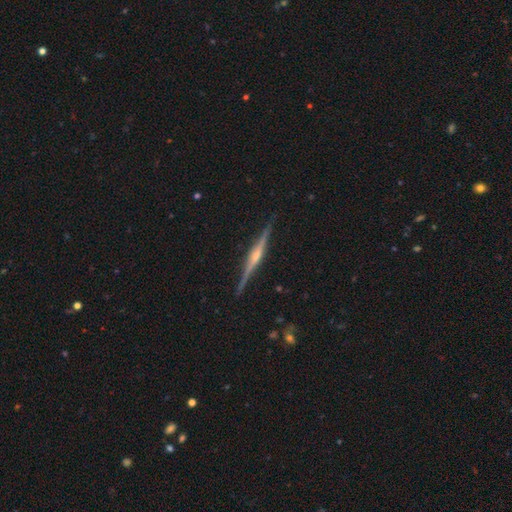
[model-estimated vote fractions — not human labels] This is clearly a featured or disk galaxy (86%). It is clearly viewed edge-on (98%). Edge-on bulge: likely rounded (78%). Merging: clearly none (90%).